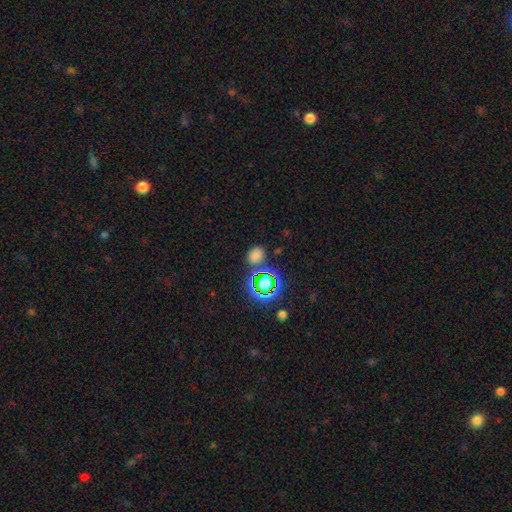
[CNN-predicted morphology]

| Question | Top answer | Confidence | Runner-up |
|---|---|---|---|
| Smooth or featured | smooth | 66% | star or artifact (29%) |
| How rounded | round | 52% | in between (47%) |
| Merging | none | 77% | minor disturbance (11%) |